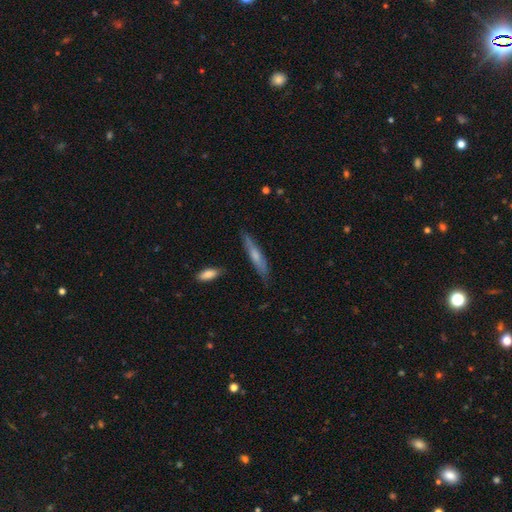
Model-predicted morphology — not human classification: Smooth or featured?
  - smooth: 51% *
  - featured or disk: 42%
  - star or artifact: 6%
How rounded?
  - cigar-shaped: 88% *
  - in between: 10%
  - round: 2%
Merging?
  - none: 78% *
  - minor disturbance: 16%
  - major disturbance: 3%
  - merger: 2%